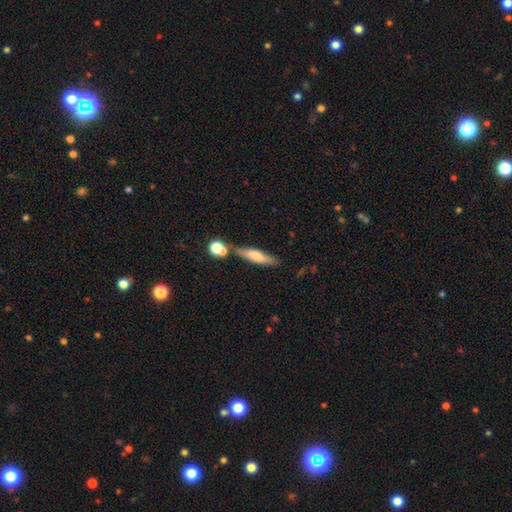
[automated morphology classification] A smooth galaxy with no disk features (64%) that is cigar-shaped (75%).

Vote fractions:
- Smooth or featured? smooth: 64% / featured or disk: 29% / star or artifact: 7%
- How rounded? cigar-shaped: 75% / in between: 22% / round: 2%
- Merging? none: 64% / minor disturbance: 16% / merger: 15% / major disturbance: 5%